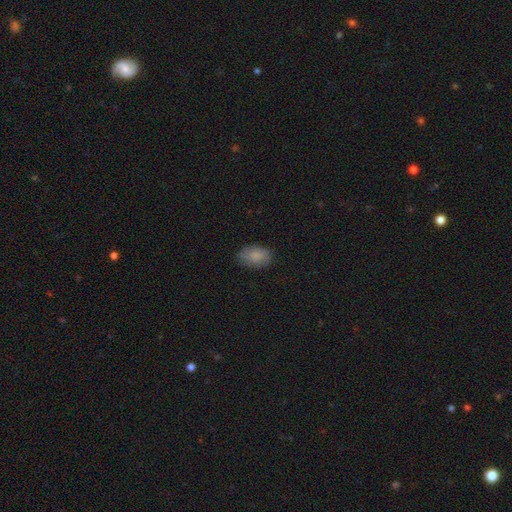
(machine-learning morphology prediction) This is clearly a smooth galaxy (84%). How rounded: clearly in between (89%). Merging: likely none (79%).